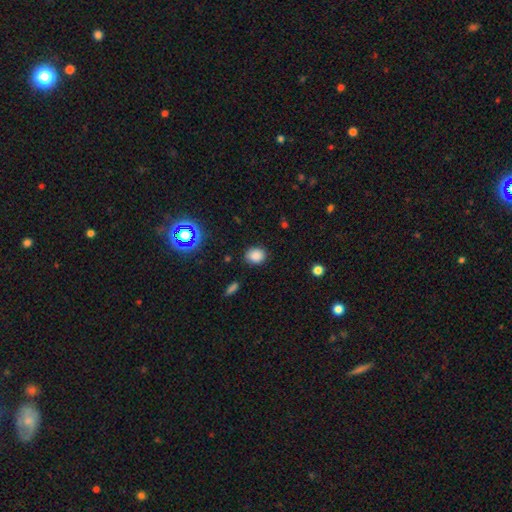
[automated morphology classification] This is clearly a smooth galaxy (83%). How rounded: likely round (61%). Merging: clearly none (86%).